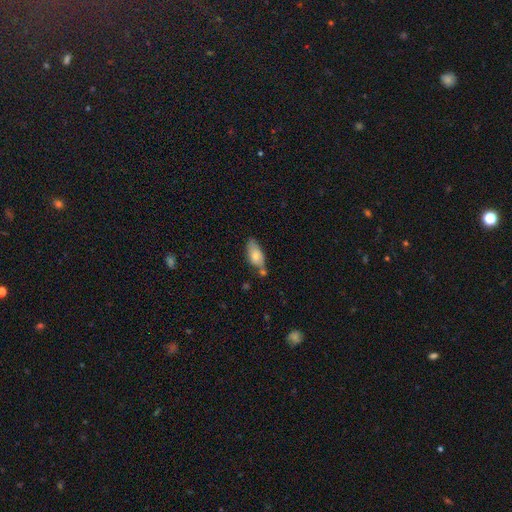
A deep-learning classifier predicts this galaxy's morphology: smooth 74%, featured or disk 19%, star or artifact 7%. Down the decision tree: how rounded — in between (87%); merging — none (51%).